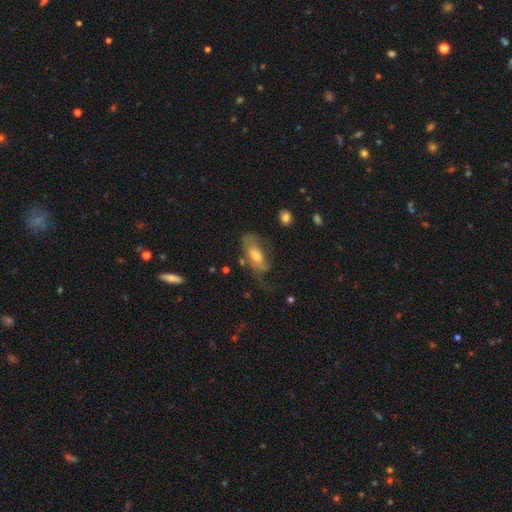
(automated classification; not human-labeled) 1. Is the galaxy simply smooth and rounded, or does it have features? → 52% featured or disk, 40% smooth, 9% star or artifact.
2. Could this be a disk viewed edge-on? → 82% no, 18% yes.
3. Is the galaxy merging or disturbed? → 44% none, 27% major disturbance, 26% minor disturbance, 3% merger.